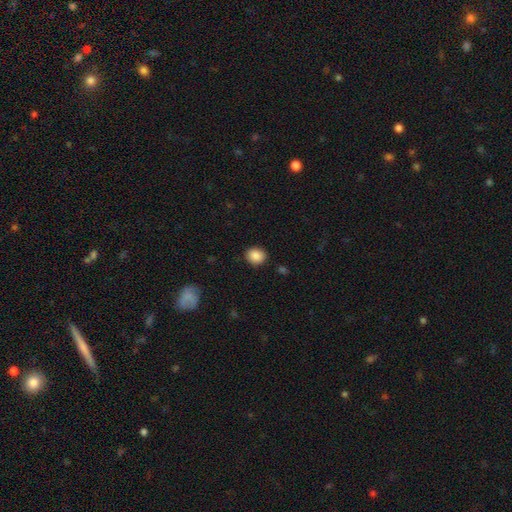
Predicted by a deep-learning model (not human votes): The model was most divided on "how rounded": round: 70%, in between: 29%, cigar-shaped: 1%. More confident: merging — none (89%); smooth or featured — smooth (88%).